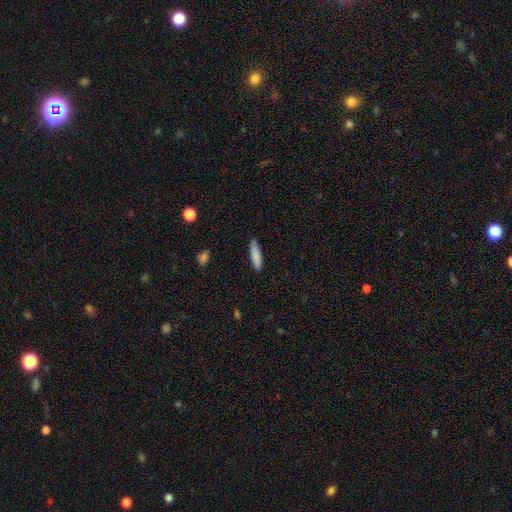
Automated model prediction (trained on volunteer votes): This is clearly a smooth galaxy (86%). How rounded: likely cigar-shaped (77%). Merging: clearly none (86%).